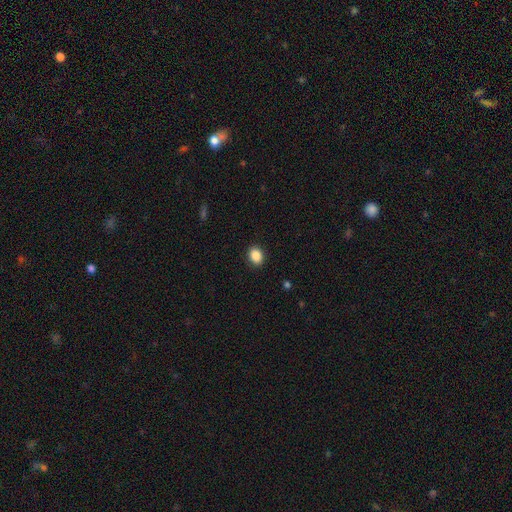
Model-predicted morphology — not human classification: This is clearly a smooth galaxy (88%). How rounded: likely in between (61%). Merging: clearly none (90%).